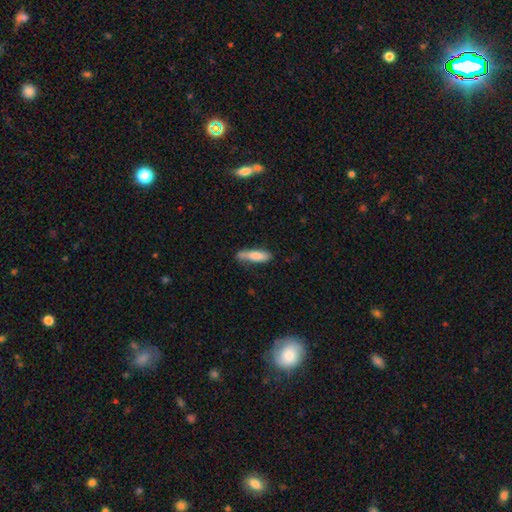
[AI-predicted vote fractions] smooth_or_featured: smooth (p=0.79) [alt: featured or disk p=0.14]
how_rounded: cigar-shaped (p=0.64) [alt: in between p=0.34]
merging: none (p=0.58) [alt: minor disturbance p=0.27]